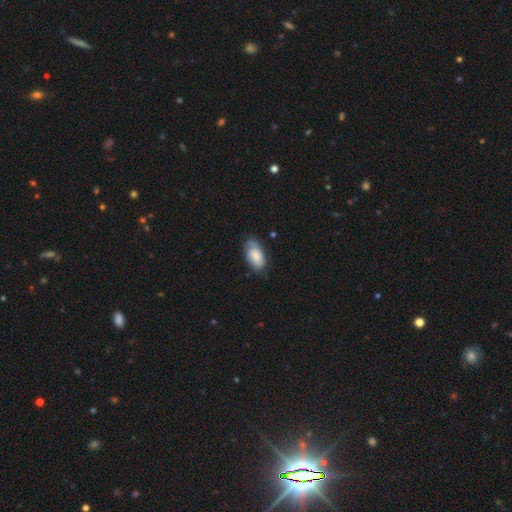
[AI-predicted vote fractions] Smooth or featured: smooth — 69% (featured or disk — 24%)
How rounded: in between — 94% (cigar-shaped — 3%)
Merging: none — 67% (minor disturbance — 25%)